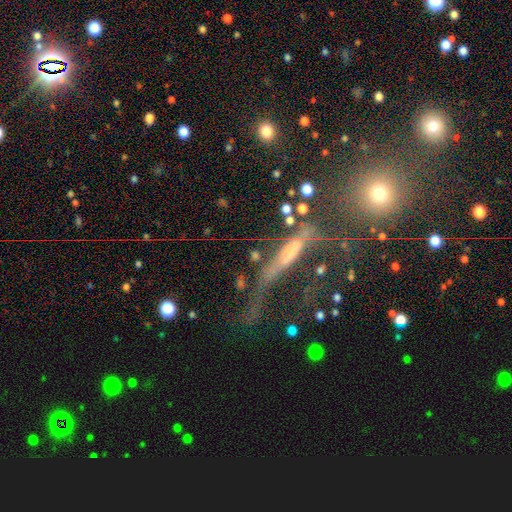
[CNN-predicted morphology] This is possibly a featured or disk galaxy (47%). Merging: marginally none (37%).